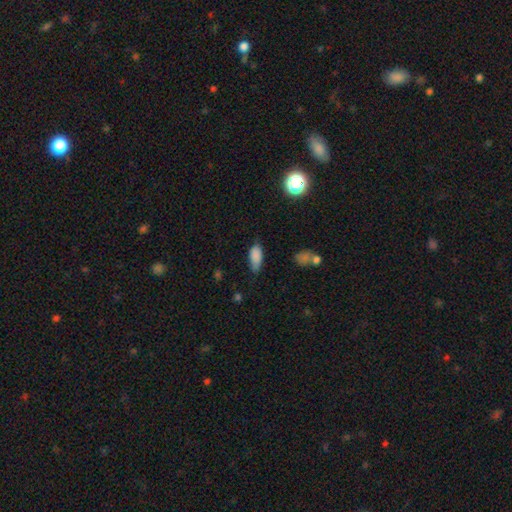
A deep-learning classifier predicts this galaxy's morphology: smooth_or_featured: smooth (p=0.85) [alt: star or artifact p=0.08]
how_rounded: in between (p=0.86) [alt: cigar-shaped p=0.12]
merging: none (p=0.63) [alt: minor disturbance p=0.29]